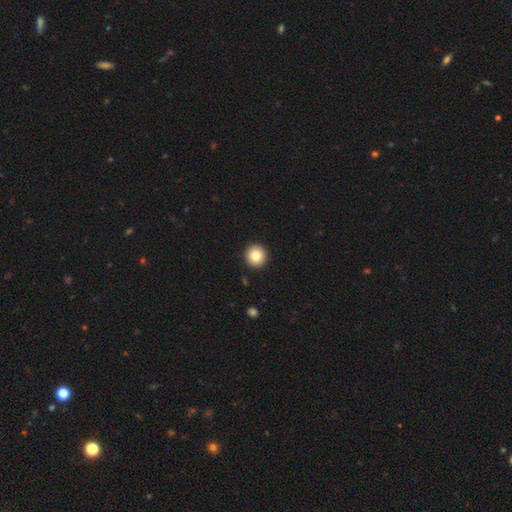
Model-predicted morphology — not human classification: Smooth or featured: smooth — 82% (star or artifact — 9%)
How rounded: round — 95% (in between — 4%)
Merging: none — 93% (minor disturbance — 4%)